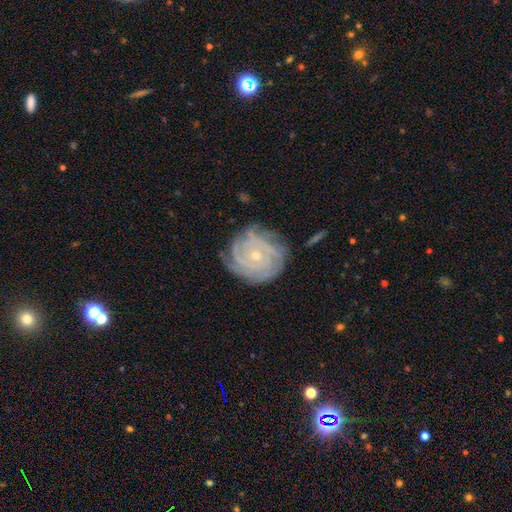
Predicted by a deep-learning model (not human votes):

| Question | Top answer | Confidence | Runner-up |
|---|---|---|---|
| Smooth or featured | featured or disk | 86% | smooth (7%) |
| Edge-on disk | no | 97% | yes (3%) |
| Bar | no | 77% | weak (18%) |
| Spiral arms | yes | 97% | no (3%) |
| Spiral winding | tight | 81% | medium (16%) |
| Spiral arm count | can't tell | 26% | 4 (25%) |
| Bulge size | small | 71% | moderate (26%) |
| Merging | none | 73% | minor disturbance (19%) |